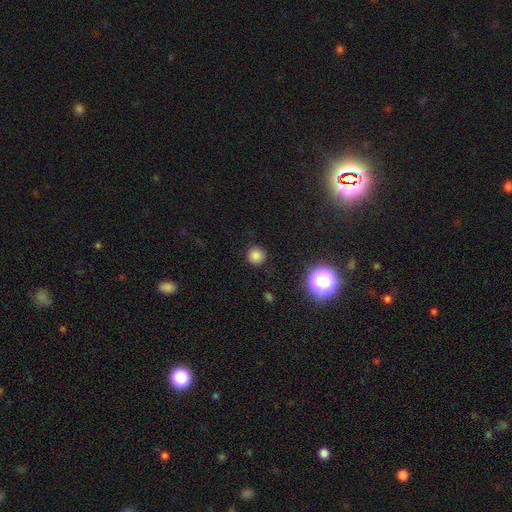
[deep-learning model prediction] Q: Smooth or featured?
A: smooth (80%); runner-up: star or artifact (15%)
Q: How rounded?
A: round (95%); runner-up: in between (4%)
Q: Merging?
A: none (90%); runner-up: minor disturbance (7%)